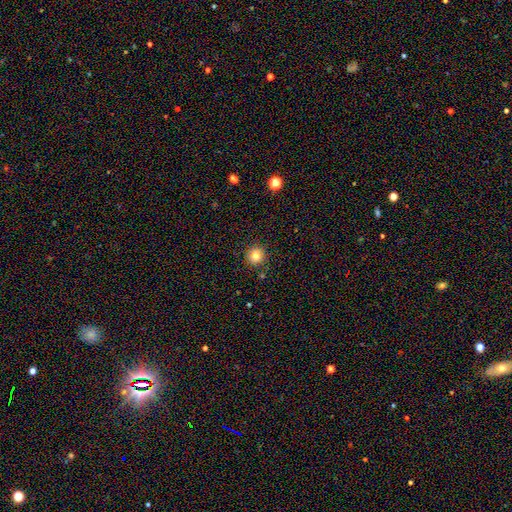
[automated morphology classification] Smooth or featured?
  - smooth: 81% *
  - star or artifact: 12%
  - featured or disk: 7%
How rounded?
  - round: 94% *
  - in between: 5%
  - cigar-shaped: 1%
Merging?
  - none: 90% *
  - minor disturbance: 6%
  - merger: 2%
  - major disturbance: 2%